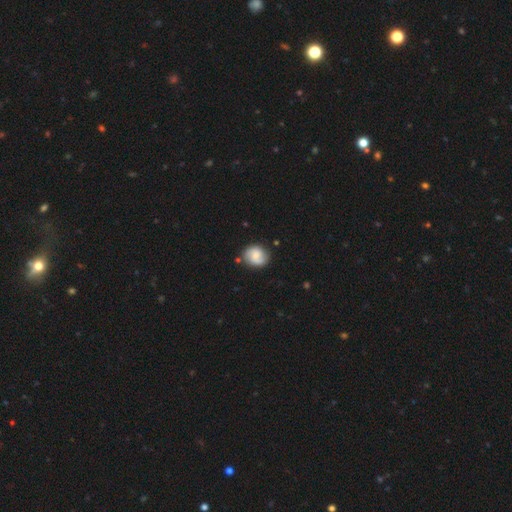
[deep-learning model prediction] Smooth or featured? smooth (50%)
Merging? none (75%)